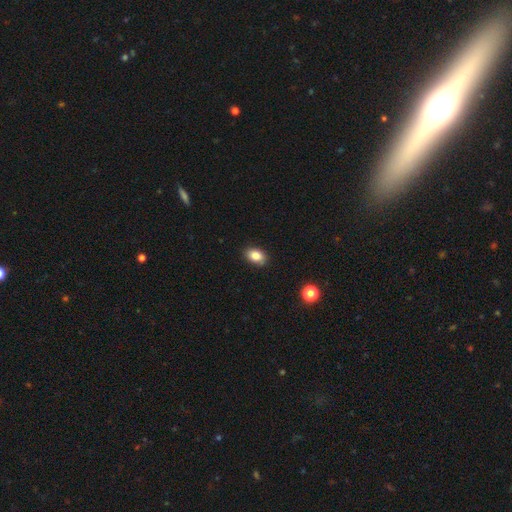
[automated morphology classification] Smooth or featured: smooth — 84% (star or artifact — 9%)
How rounded: in between — 82% (round — 17%)
Merging: none — 86% (minor disturbance — 11%)